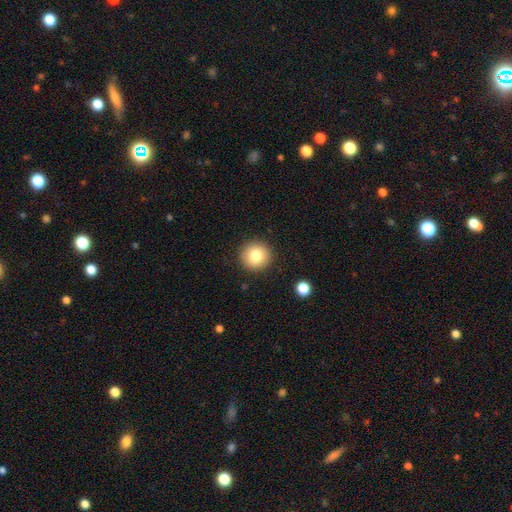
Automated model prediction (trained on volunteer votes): A smooth galaxy with no disk features (81%) that is round (94%). Merging: none (91%).